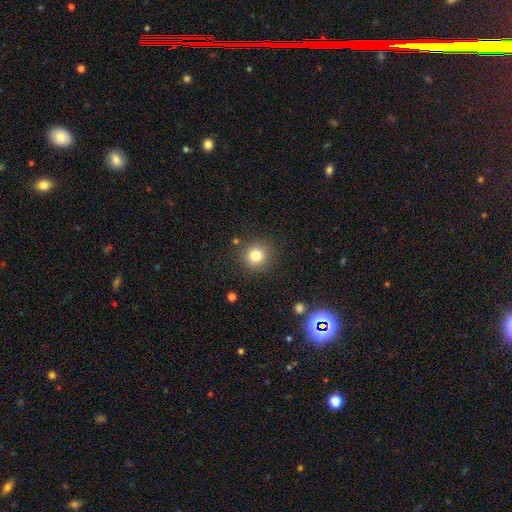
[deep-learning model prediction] Q: Smooth or featured?
A: smooth (80%); runner-up: star or artifact (13%)
Q: How rounded?
A: round (92%); runner-up: in between (7%)
Q: Merging?
A: none (87%); runner-up: minor disturbance (8%)